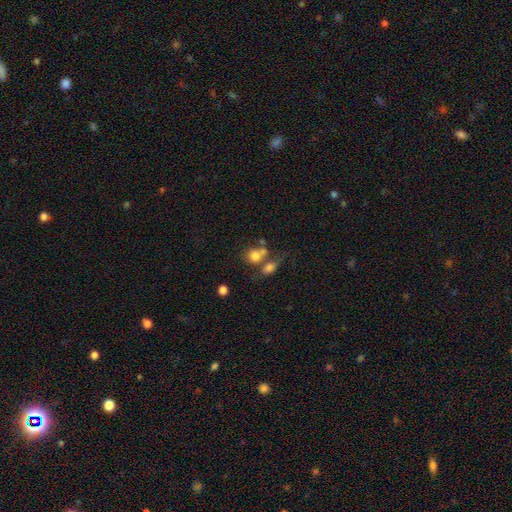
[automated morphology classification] type=smooth (76%); roundness=round (67%); merging=merger (46%).